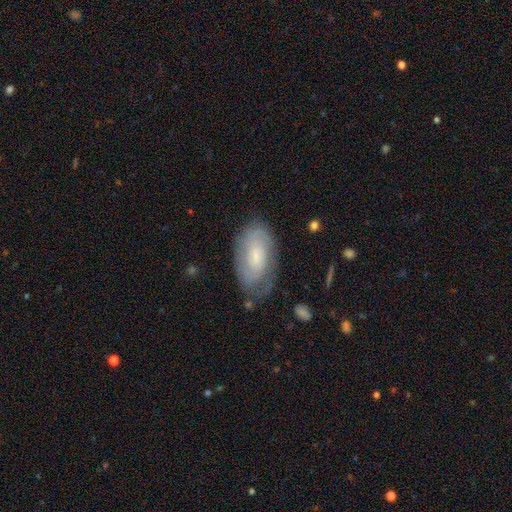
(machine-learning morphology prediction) smooth-or-featured: featured or disk: 55% | smooth: 37% | star or artifact: 7%
  disk-edge-on: no: 93% | yes: 7%
    bar: no: 61% | weak: 32% | strong: 6%
    has-spiral-arms: yes: 83% | no: 17%
    bulge-size: small: 49% | moderate: 34% | none: 8% | large: 7% | dominant: 2%
  merging: none: 69% | minor disturbance: 22% | major disturbance: 7% | merger: 2%